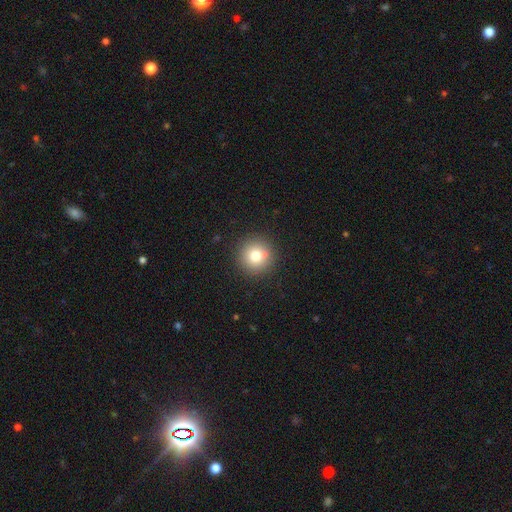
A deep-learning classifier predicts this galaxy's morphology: Smooth or featured? smooth (75%)
How rounded? round (95%)
Merging? none (83%)